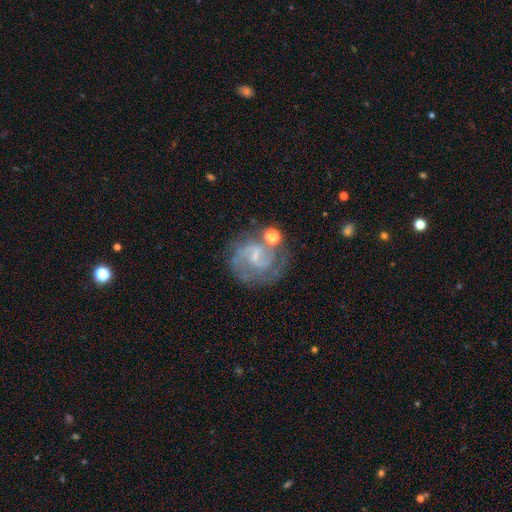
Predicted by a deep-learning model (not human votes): Smooth or featured? featured or disk (76%)
Edge-on disk? no (98%)
Bar? weak (56%)
Spiral arms? yes (88%)
Spiral winding? medium (46%)
Spiral arm count? 2 (61%)
Bulge size? small (50%)
Merging? none (57%)